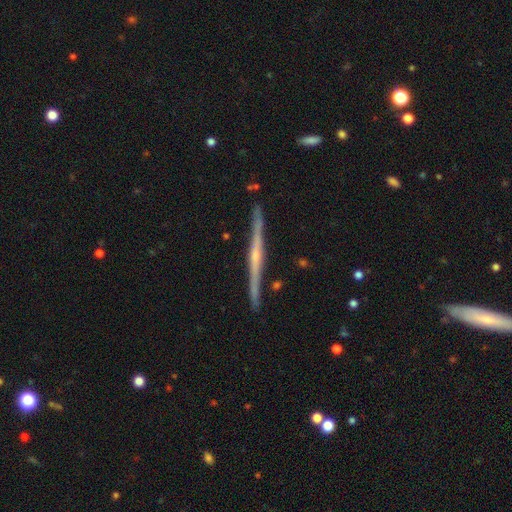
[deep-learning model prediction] Smooth or featured: featured or disk — 82% (smooth — 13%)
Edge-on disk: yes — 98% (no — 2%)
Edge-on bulge: rounded — 57% (none — 33%)
Merging: none — 89% (minor disturbance — 8%)